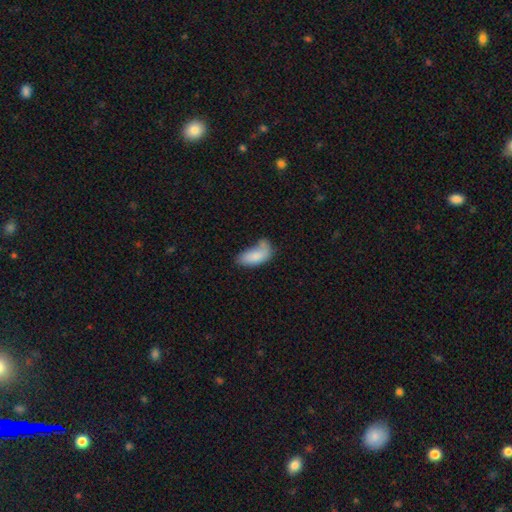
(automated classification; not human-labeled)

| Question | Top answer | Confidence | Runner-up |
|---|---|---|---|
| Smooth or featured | smooth | 80% | featured or disk (13%) |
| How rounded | in between | 89% | cigar-shaped (8%) |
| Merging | none | 35% | minor disturbance (28%) |